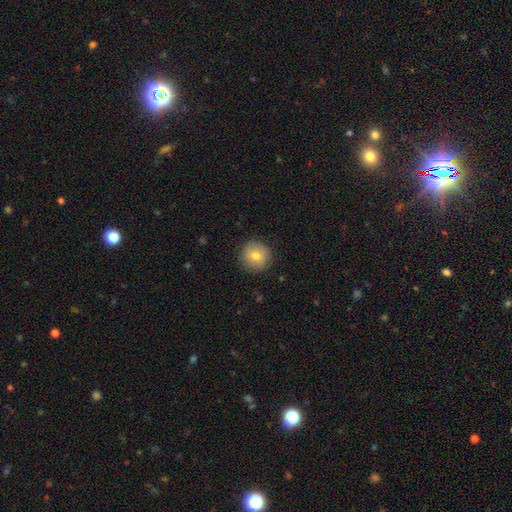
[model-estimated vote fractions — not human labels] Smooth or featured? Predicted: smooth (p=0.75). How rounded? Predicted: round (p=0.93). Merging? Predicted: none (p=0.88).